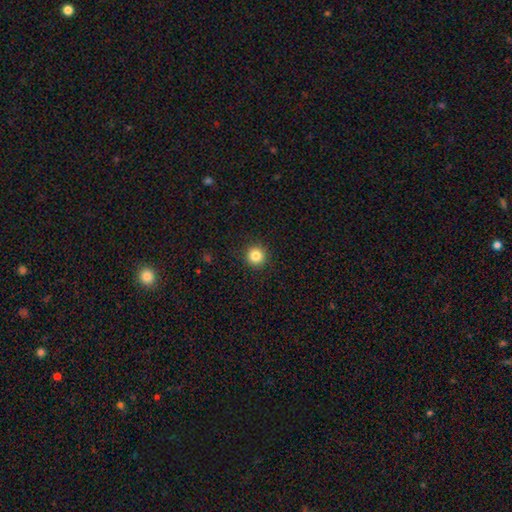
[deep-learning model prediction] smooth-or-featured: smooth: 84% | star or artifact: 11% | featured or disk: 5%
  how-rounded: round: 95% | in between: 4% | cigar-shaped: 1%
  merging: none: 92% | minor disturbance: 5% | major disturbance: 2% | merger: 1%